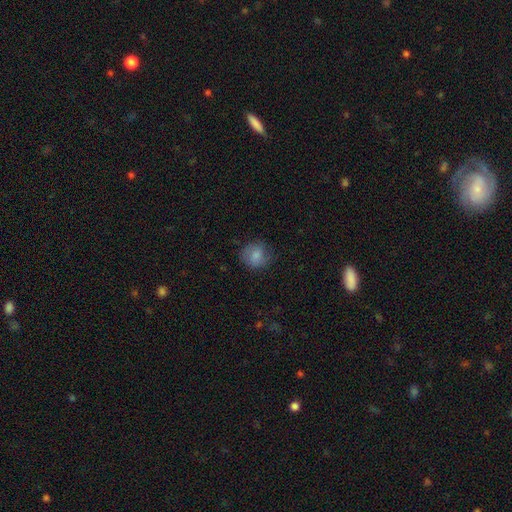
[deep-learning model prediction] A smooth galaxy with no disk features (78%) that is round (82%). Merging: none (73%).